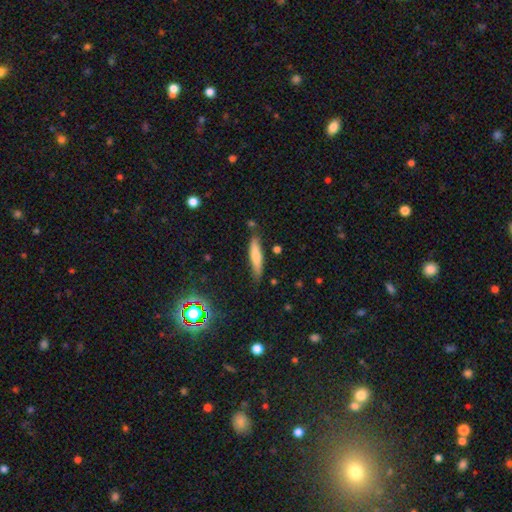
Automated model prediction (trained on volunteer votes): A smooth galaxy with no disk features (72%) that is cigar-shaped (82%).

Vote fractions:
- Smooth or featured? smooth: 72% / featured or disk: 21% / star or artifact: 7%
- How rounded? cigar-shaped: 82% / in between: 16% / round: 2%
- Merging? none: 79% / minor disturbance: 15% / merger: 4% / major disturbance: 3%